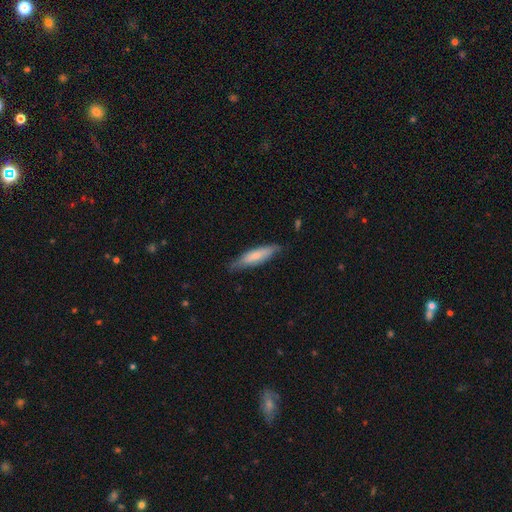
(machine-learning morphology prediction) Smooth or featured: smooth — 71% (featured or disk — 24%)
How rounded: cigar-shaped — 72% (in between — 27%)
Merging: none — 77% (minor disturbance — 19%)